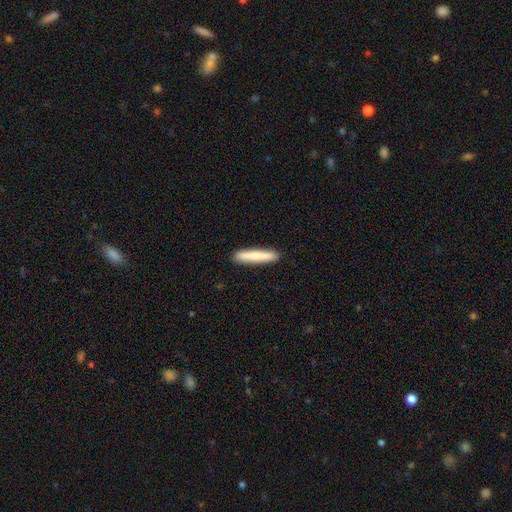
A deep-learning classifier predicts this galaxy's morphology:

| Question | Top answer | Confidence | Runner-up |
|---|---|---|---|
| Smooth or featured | smooth | 80% | featured or disk (14%) |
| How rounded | cigar-shaped | 93% | in between (6%) |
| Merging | none | 91% | minor disturbance (7%) |